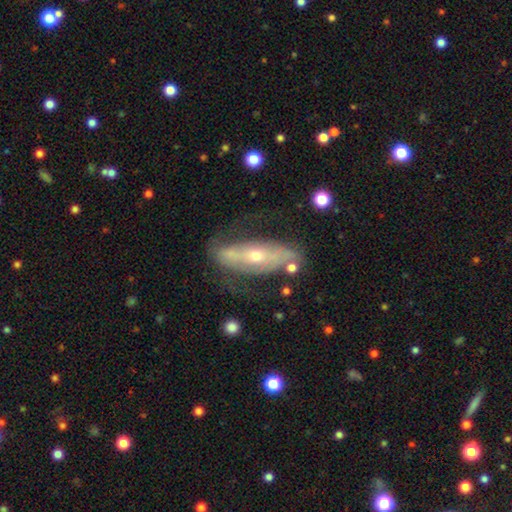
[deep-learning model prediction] Smooth or featured? Predicted: featured or disk (p=0.72). Edge-on disk? Predicted: no (p=0.69). Merging? Predicted: none (p=0.57).